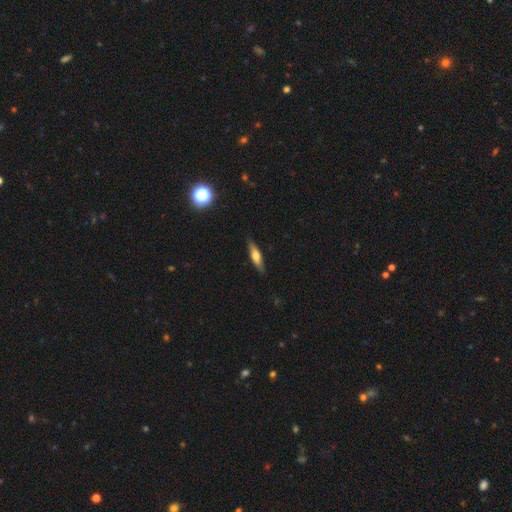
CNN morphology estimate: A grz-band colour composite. It shows a smooth galaxy with no disk features (52%) that is cigar-shaped (70%). Merging: none (86%).